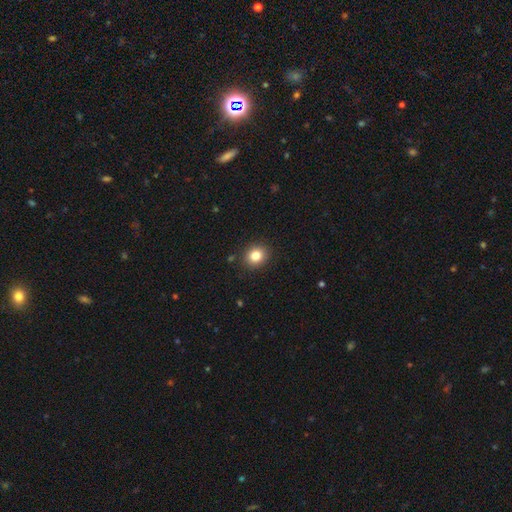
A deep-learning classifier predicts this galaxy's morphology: A smooth galaxy with no disk features (83%) that is round (73%).

Vote fractions:
- Smooth or featured? smooth: 83% / star or artifact: 11% / featured or disk: 6%
- How rounded? round: 73% / in between: 26% / cigar-shaped: 1%
- Merging? none: 89% / minor disturbance: 7% / major disturbance: 2% / merger: 1%